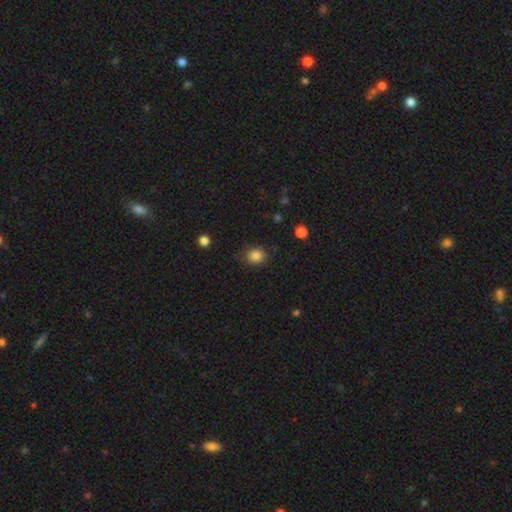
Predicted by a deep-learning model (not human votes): Smooth or featured? smooth (85%)
How rounded? round (68%)
Merging? none (82%)